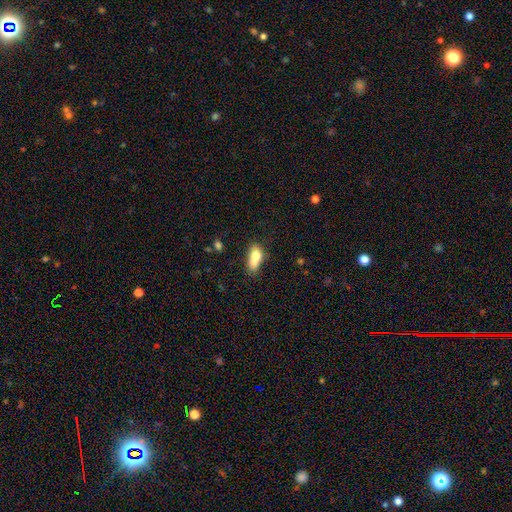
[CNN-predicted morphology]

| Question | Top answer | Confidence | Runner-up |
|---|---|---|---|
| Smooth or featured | smooth | 73% | featured or disk (18%) |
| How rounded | in between | 78% | cigar-shaped (13%) |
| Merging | none | 33% | merger (32%) |